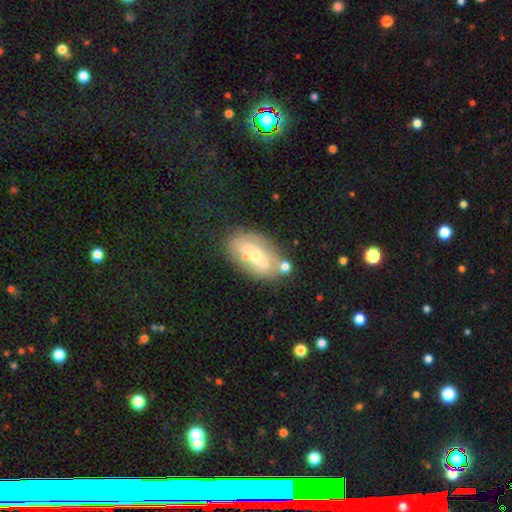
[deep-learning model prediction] Smooth or featured? Predicted: featured or disk (p=0.56). Edge-on disk? Predicted: no (p=0.84). Merging? Predicted: none (p=0.62).